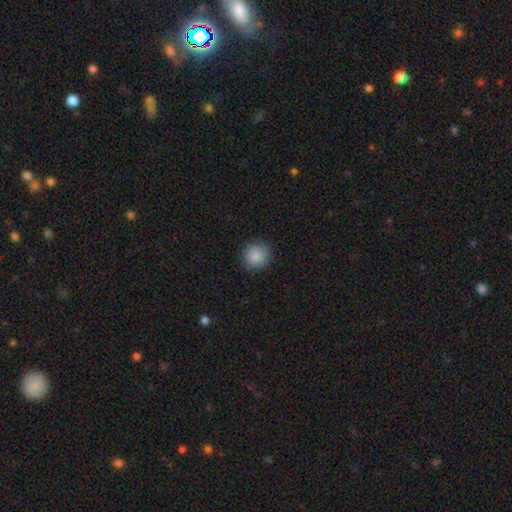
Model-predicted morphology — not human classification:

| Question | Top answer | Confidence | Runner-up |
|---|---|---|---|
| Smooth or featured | smooth | 88% | star or artifact (9%) |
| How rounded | round | 90% | in between (9%) |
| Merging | none | 88% | minor disturbance (9%) |